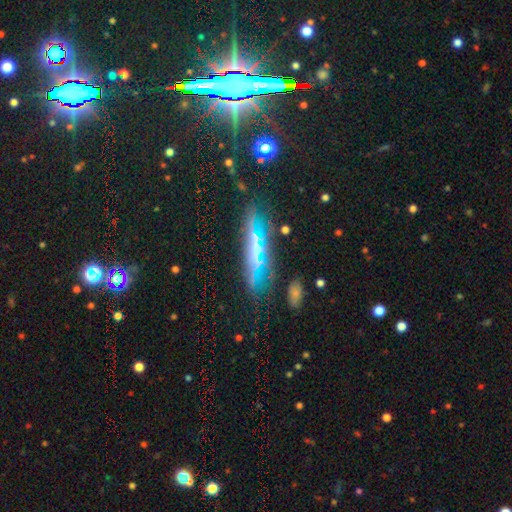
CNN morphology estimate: type=featured or disk (54%); edge-on=yes (59%); merging=none (69%).